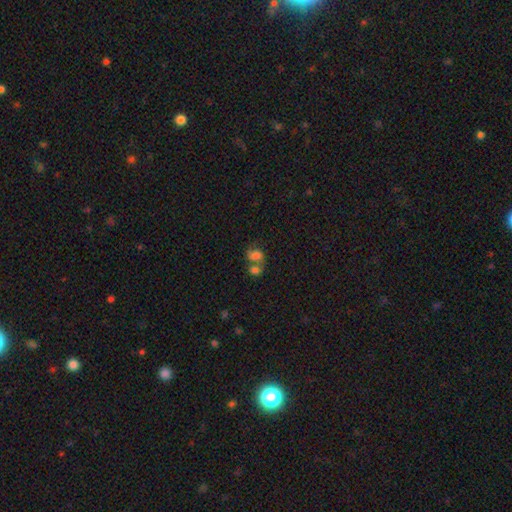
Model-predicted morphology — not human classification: Q: Smooth or featured?
A: smooth (70%); runner-up: featured or disk (18%)
Q: How rounded?
A: in between (64%); runner-up: round (35%)
Q: Merging?
A: merger (58%); runner-up: none (25%)